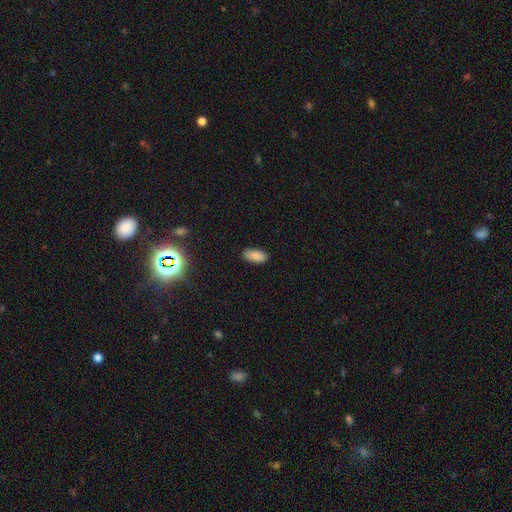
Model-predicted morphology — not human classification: Smooth or featured?
  - smooth: 87% *
  - star or artifact: 9%
  - featured or disk: 4%
How rounded?
  - in between: 91% *
  - cigar-shaped: 6%
  - round: 2%
Merging?
  - none: 87% *
  - minor disturbance: 10%
  - major disturbance: 2%
  - merger: 1%